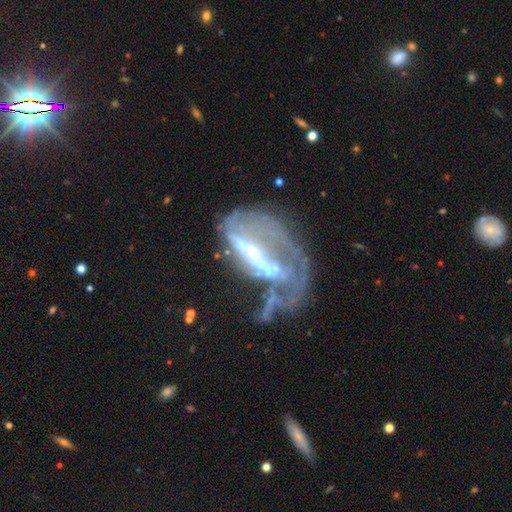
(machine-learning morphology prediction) Smooth or featured: featured or disk — 74% (smooth — 15%)
Edge-on disk: no — 92% (yes — 8%)
Bar: strong — 36% (no — 34%)
Spiral arms: yes — 50% (tied with no — 50%)
Bulge size: small — 48% (moderate — 30%)
Merging: major disturbance — 49% (none — 20%)